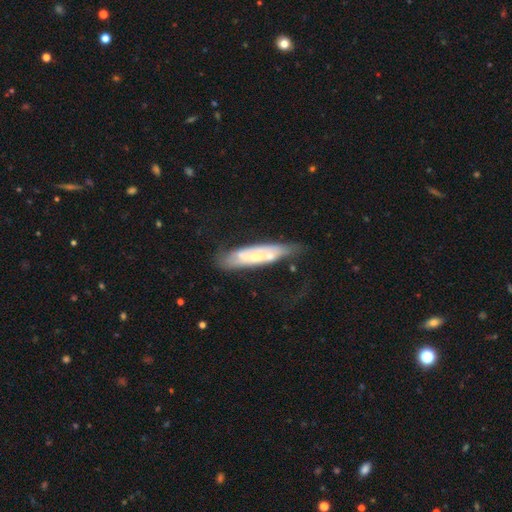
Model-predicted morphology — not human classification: A featured or disk galaxy (61%).

Vote fractions:
- Smooth or featured? featured or disk: 61% / smooth: 33% / star or artifact: 7%
- Edge-on disk? no: 64% / yes: 36%
- Merging? none: 50% / minor disturbance: 26% / major disturbance: 14% / merger: 10%